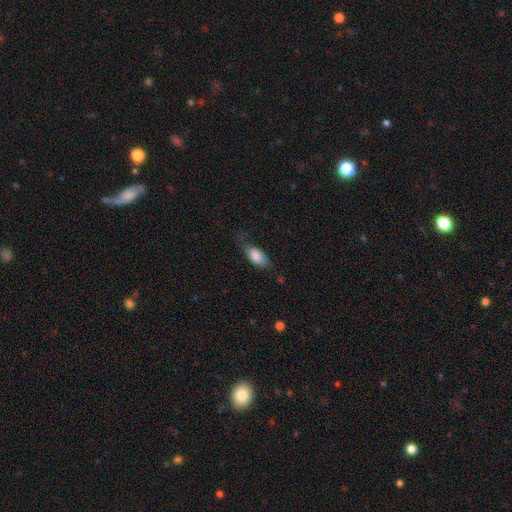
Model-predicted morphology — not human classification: Q: Smooth or featured?
A: smooth (73%); runner-up: featured or disk (20%)
Q: How rounded?
A: in between (86%); runner-up: cigar-shaped (10%)
Q: Merging?
A: none (44%); runner-up: minor disturbance (32%)